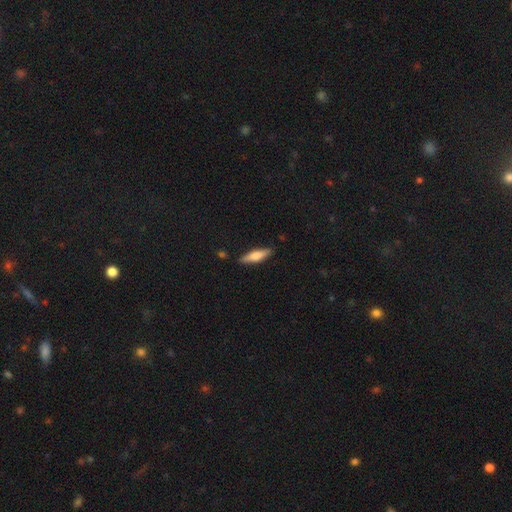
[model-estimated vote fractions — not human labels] Morphology: type=smooth (59%); roundness=cigar-shaped (68%); merging=none (86%).